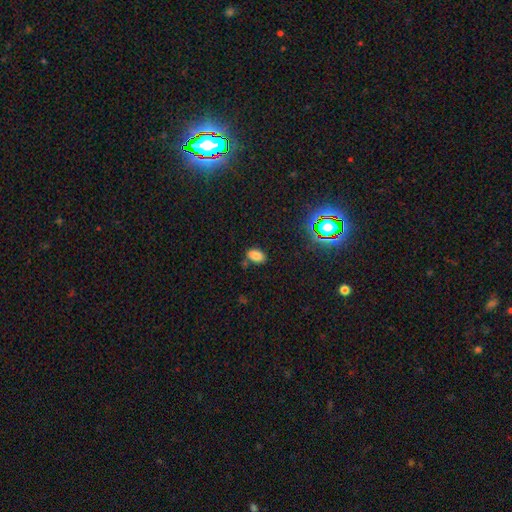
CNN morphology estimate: Overall: smooth (78%). How rounded: in between (89%). Merging: none (74%).